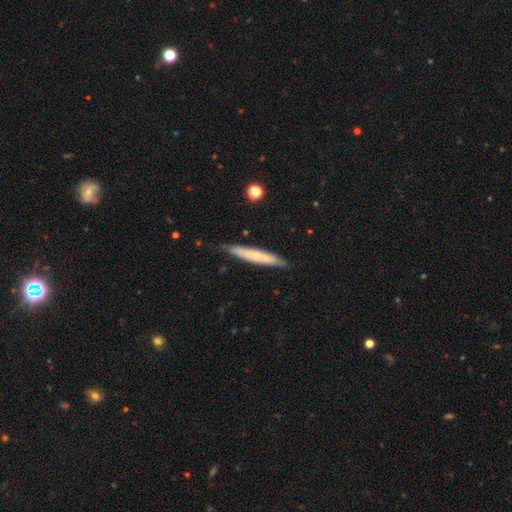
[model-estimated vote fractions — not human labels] A smooth galaxy with no disk features (57%) that is cigar-shaped (93%). Merging: none (83%).